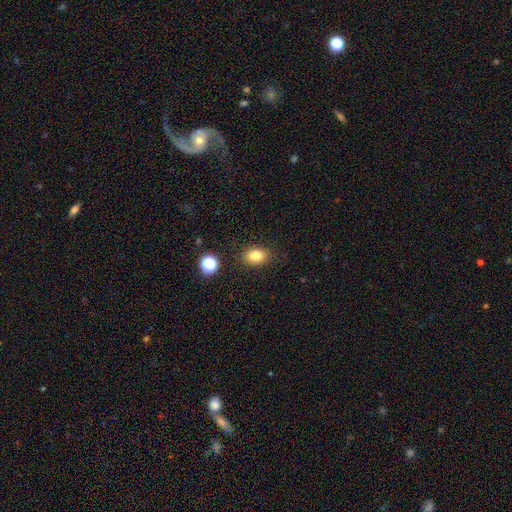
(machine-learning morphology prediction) Smooth or featured: smooth — 81% (star or artifact — 11%)
How rounded: in between — 73% (round — 26%)
Merging: none — 86% (minor disturbance — 9%)